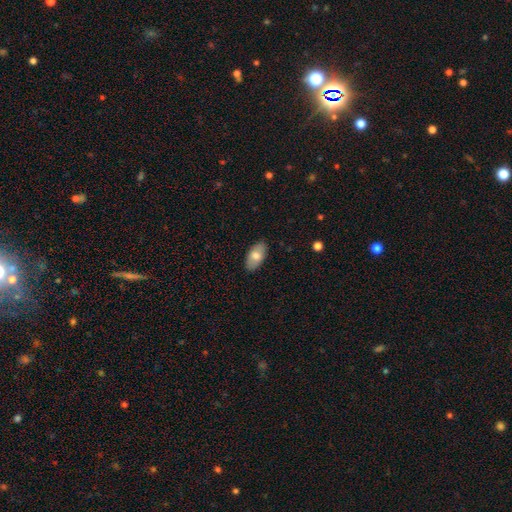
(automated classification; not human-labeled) A smooth galaxy with no disk features (76%) that is in between round and cigar-shaped (94%).

Vote fractions:
- Smooth or featured? smooth: 76% / featured or disk: 17% / star or artifact: 6%
- How rounded? in between: 94% / round: 3% / cigar-shaped: 3%
- Merging? none: 87% / minor disturbance: 10% / major disturbance: 2% / merger: 1%